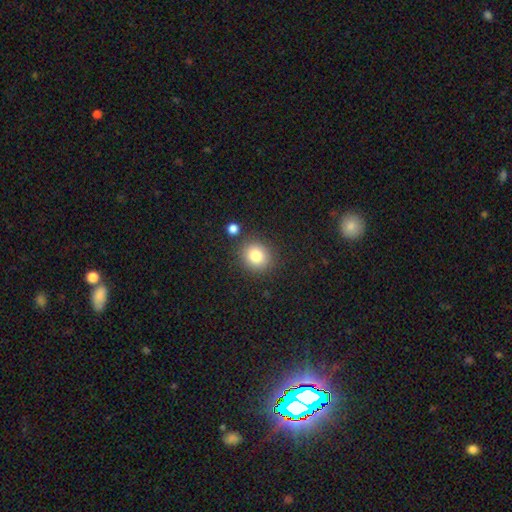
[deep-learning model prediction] This appears to be a smooth galaxy with no disk features (82%) that is round (81%). Merging: none (84%).